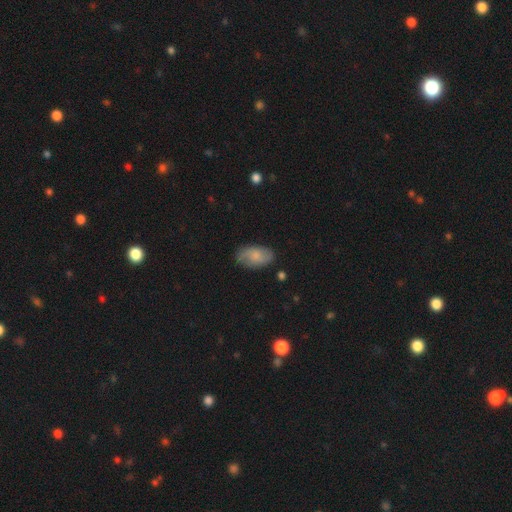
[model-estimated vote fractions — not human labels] smooth_or_featured: smooth (p=0.63) [alt: featured or disk p=0.30]
how_rounded: in between (p=0.93) [alt: round p=0.05]
merging: none (p=0.77) [alt: minor disturbance p=0.18]